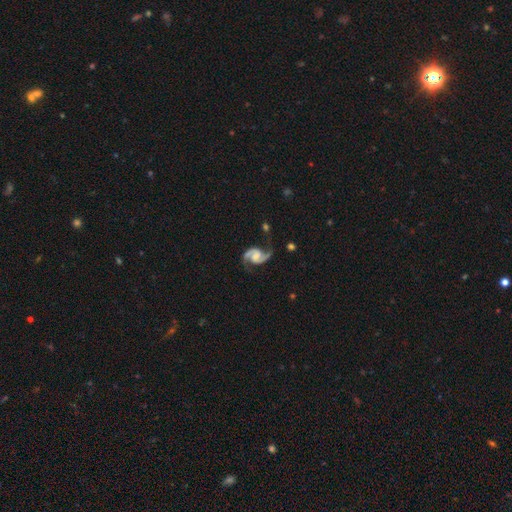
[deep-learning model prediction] Smooth or featured? Predicted: featured or disk (p=0.92). Edge-on disk? Predicted: no (p=0.98). Bar? Predicted: no (p=0.46). Spiral arms? Predicted: yes (p=0.98). Spiral winding? Predicted: medium (p=0.54). Spiral arm count? Predicted: 2 (p=0.94). Bulge size? Predicted: moderate (p=0.31). Merging? Predicted: none (p=0.73).